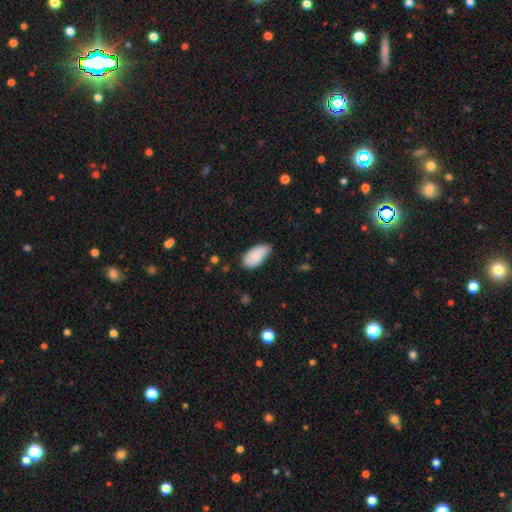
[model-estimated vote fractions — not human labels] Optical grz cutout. It shows a smooth galaxy with no disk features (83%) that is in between round and cigar-shaped (95%). Merging: none (55%).